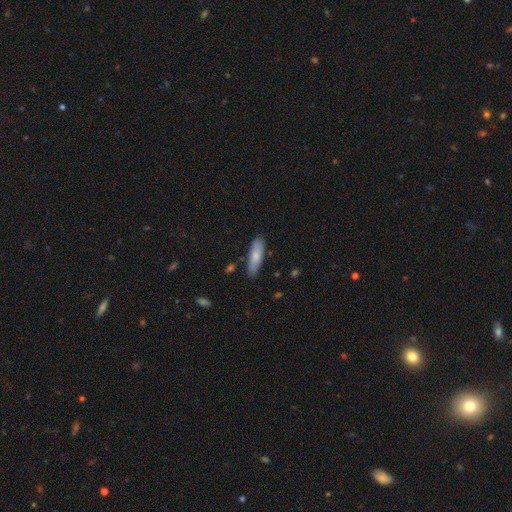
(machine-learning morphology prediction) This appears to be a smooth galaxy with no disk features (74%) that is cigar-shaped (56%). Merging: none (84%).